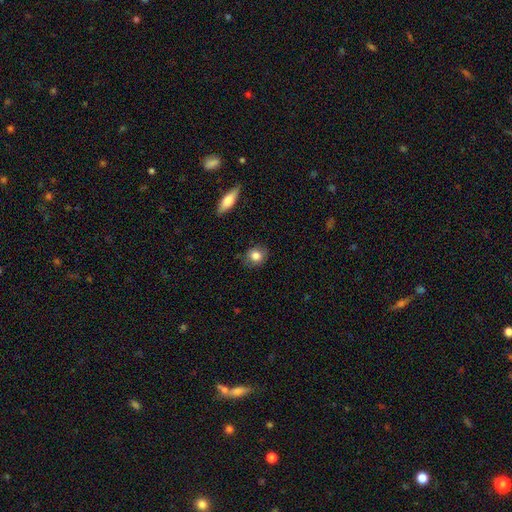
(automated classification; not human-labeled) Smooth or featured?
  - smooth: 83% *
  - star or artifact: 9%
  - featured or disk: 9%
How rounded?
  - round: 71% *
  - in between: 27%
  - cigar-shaped: 1%
Merging?
  - none: 82% *
  - minor disturbance: 14%
  - major disturbance: 3%
  - merger: 1%